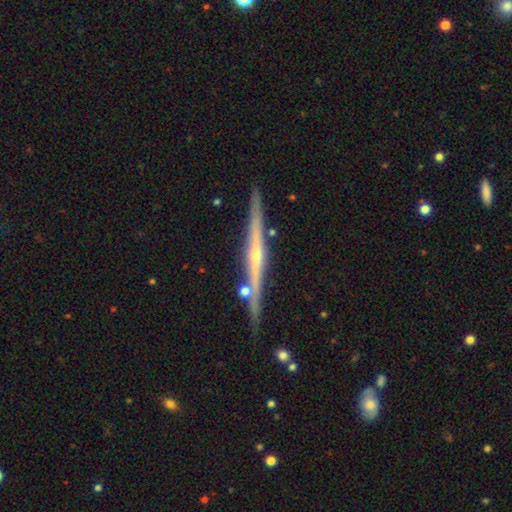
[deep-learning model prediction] Smooth or featured: featured or disk — 81% (smooth — 13%)
Edge-on disk: yes — 98% (no — 2%)
Edge-on bulge: rounded — 64% (none — 30%)
Merging: none — 85% (minor disturbance — 9%)